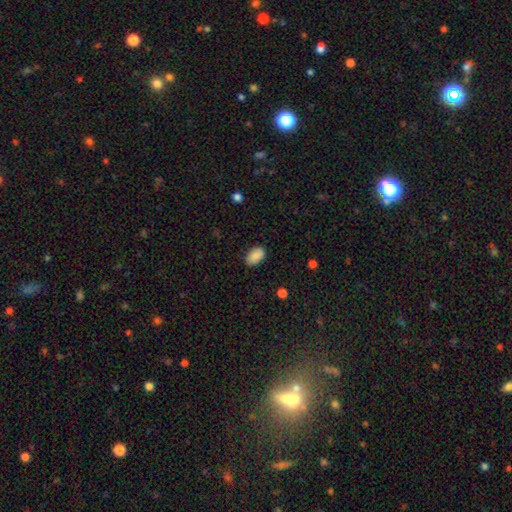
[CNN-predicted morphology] A smooth galaxy with no disk features (89%) that is in between round and cigar-shaped (92%).

Vote fractions:
- Smooth or featured? smooth: 89% / star or artifact: 7% / featured or disk: 4%
- How rounded? in between: 92% / round: 7% / cigar-shaped: 1%
- Merging? none: 84% / minor disturbance: 12% / major disturbance: 3% / merger: 1%